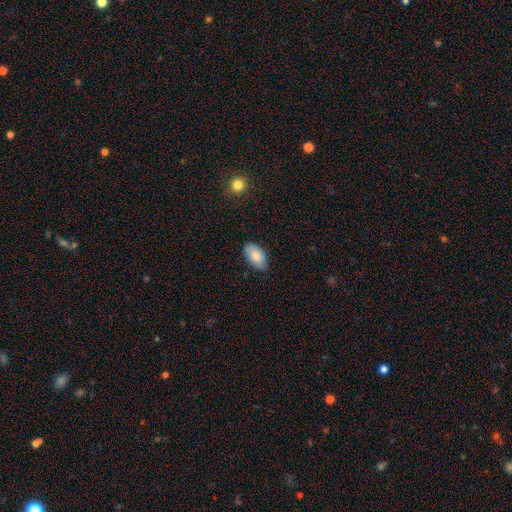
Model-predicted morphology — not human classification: A smooth galaxy with no disk features (79%) that is in between round and cigar-shaped (94%).

Vote fractions:
- Smooth or featured? smooth: 79% / featured or disk: 14% / star or artifact: 7%
- How rounded? in between: 94% / round: 4% / cigar-shaped: 2%
- Merging? none: 79% / minor disturbance: 17% / major disturbance: 3% / merger: 1%